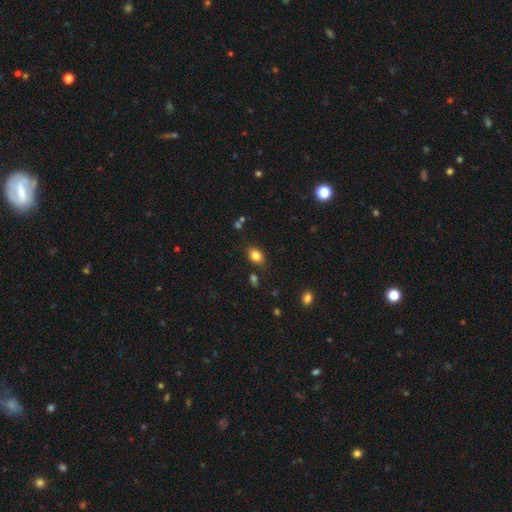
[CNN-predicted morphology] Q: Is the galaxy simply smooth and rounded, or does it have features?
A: smooth — 82%.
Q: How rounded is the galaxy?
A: in between — 73%.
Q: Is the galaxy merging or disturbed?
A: none — 77%.